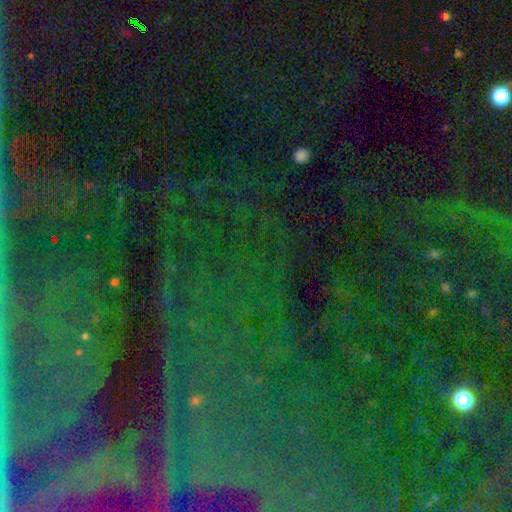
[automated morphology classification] The model was most divided on "smooth or featured": star or artifact: 79%, smooth: 11%, featured or disk: 10%.